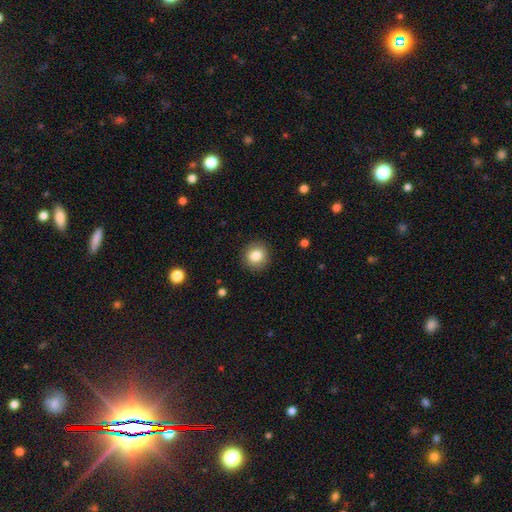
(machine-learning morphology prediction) Smooth or featured?
  - smooth: 84% *
  - star or artifact: 9%
  - featured or disk: 7%
How rounded?
  - round: 87% *
  - in between: 12%
  - cigar-shaped: 1%
Merging?
  - none: 91% *
  - minor disturbance: 6%
  - major disturbance: 2%
  - merger: 1%